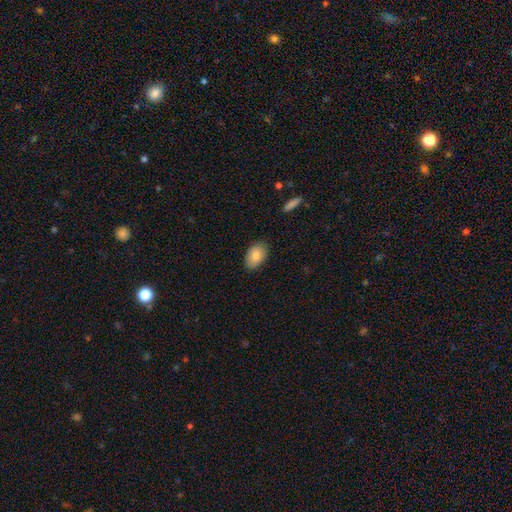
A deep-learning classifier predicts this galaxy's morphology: This appears to be a smooth galaxy with no disk features (83%) that is in between round and cigar-shaped (89%). Merging: none (85%).